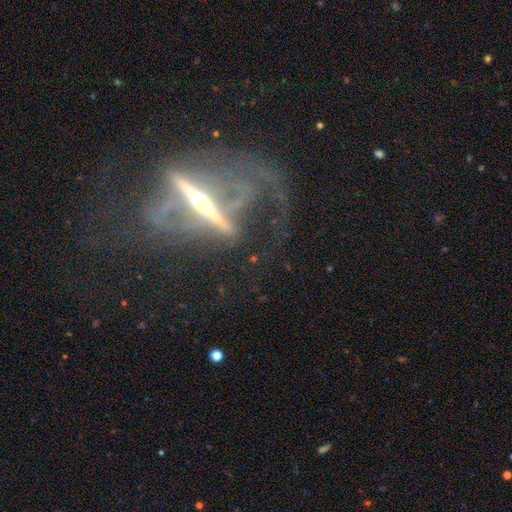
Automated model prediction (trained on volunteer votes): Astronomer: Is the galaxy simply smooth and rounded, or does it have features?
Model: featured or disk — 83%.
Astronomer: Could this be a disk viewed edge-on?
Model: yes — 64%.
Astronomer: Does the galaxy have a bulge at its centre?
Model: rounded — 73%.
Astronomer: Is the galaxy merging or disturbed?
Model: major disturbance — 43% (runner-up: none, 36%).